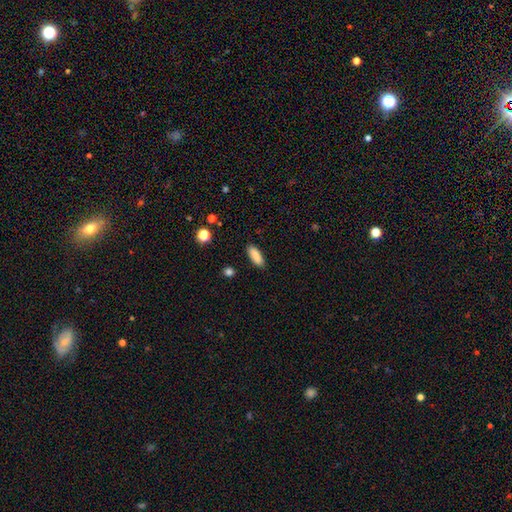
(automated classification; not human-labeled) Smooth or featured? Predicted: smooth (p=0.86). How rounded? Predicted: in between (p=0.69). Merging? Predicted: none (p=0.88).